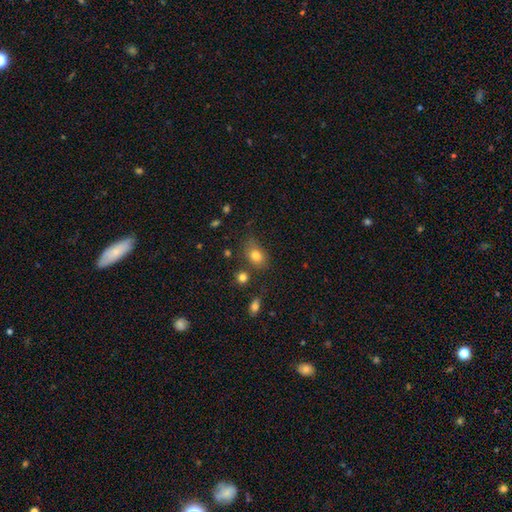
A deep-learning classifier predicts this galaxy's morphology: This is clearly a smooth galaxy (80%). How rounded: likely in between (68%). Merging: likely none (66%).